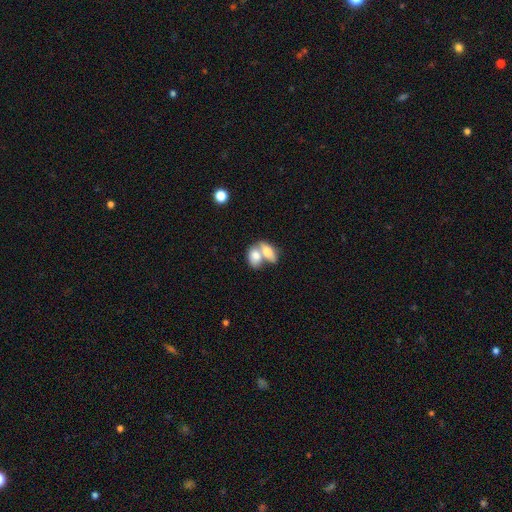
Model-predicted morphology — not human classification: Overall: smooth (74%). How rounded: in between (85%). Merging: merger (73%).